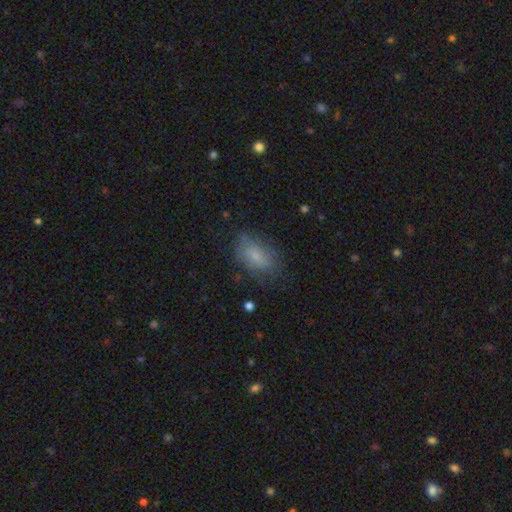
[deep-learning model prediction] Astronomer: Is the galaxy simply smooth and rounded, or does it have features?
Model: smooth — 70%.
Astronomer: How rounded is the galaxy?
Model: in between — 90%.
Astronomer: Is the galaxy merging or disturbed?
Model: none — 63%.